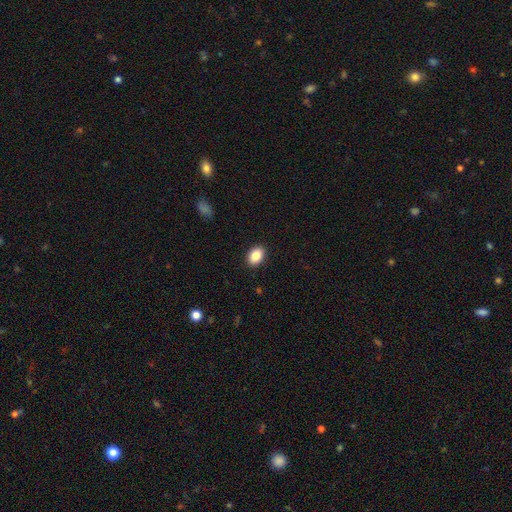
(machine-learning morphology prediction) This is clearly a smooth galaxy (87%). How rounded: likely in between (75%). Merging: clearly none (91%).